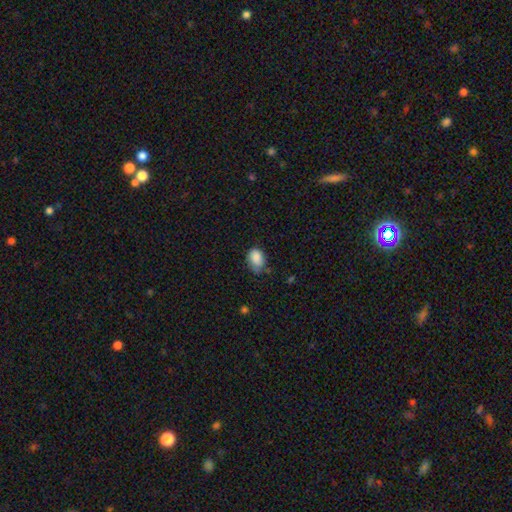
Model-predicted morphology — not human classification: Smooth or featured? Predicted: smooth (p=0.84). How rounded? Predicted: in between (p=0.77). Merging? Predicted: none (p=0.48).